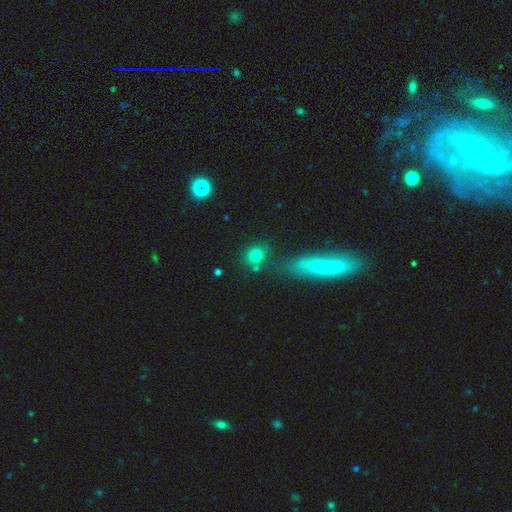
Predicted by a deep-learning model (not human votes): This appears to be a smooth galaxy with no disk features (76%) that is round (78%). Merging: none (65%).